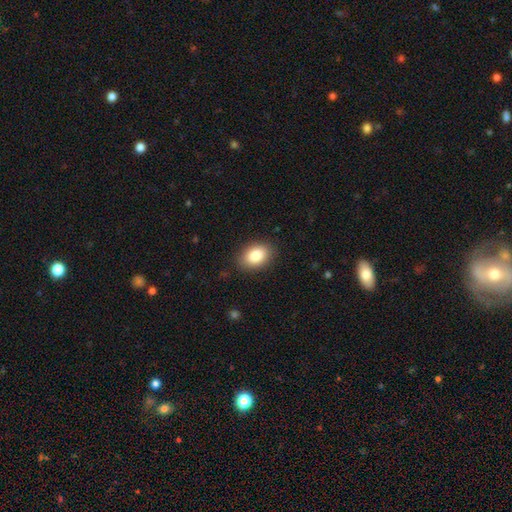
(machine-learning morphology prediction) Smooth or featured? Predicted: smooth (p=0.84). How rounded? Predicted: in between (p=0.82). Merging? Predicted: none (p=0.88).